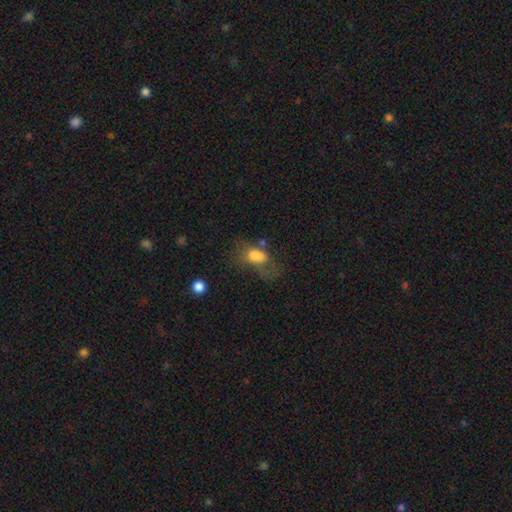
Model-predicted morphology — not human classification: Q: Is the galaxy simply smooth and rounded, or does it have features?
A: smooth — 66%.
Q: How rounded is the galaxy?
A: in between — 83%.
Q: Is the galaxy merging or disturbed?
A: major disturbance — 46%.